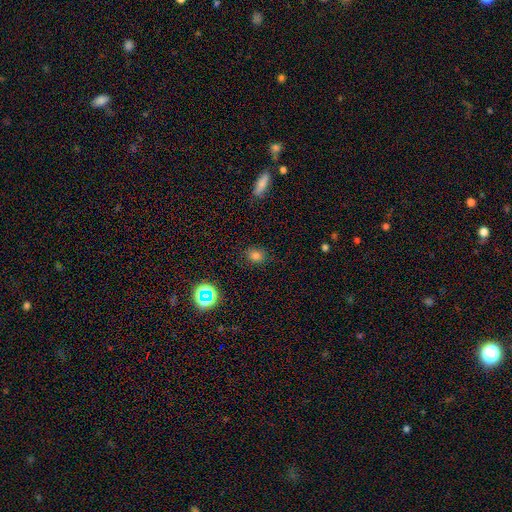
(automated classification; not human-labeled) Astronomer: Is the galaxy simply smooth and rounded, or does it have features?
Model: smooth — 76%.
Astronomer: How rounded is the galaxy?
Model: round — 64%.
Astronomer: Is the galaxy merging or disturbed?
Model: none — 86%.